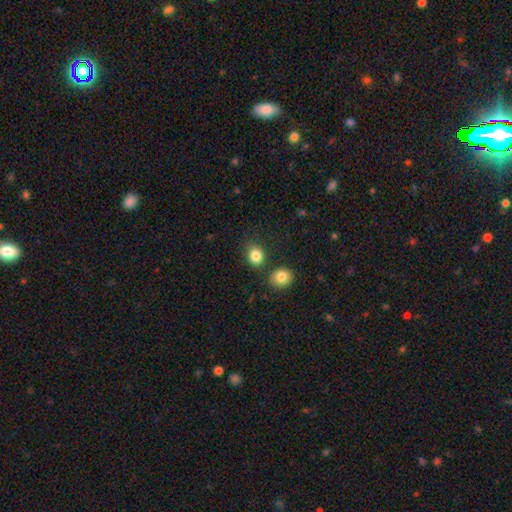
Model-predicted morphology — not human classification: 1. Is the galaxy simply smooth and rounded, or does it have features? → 84% smooth, 10% star or artifact, 6% featured or disk.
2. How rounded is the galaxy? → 57% round, 42% in between, 1% cigar-shaped.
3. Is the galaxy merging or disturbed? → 75% none, 13% minor disturbance, 9% merger, 4% major disturbance.